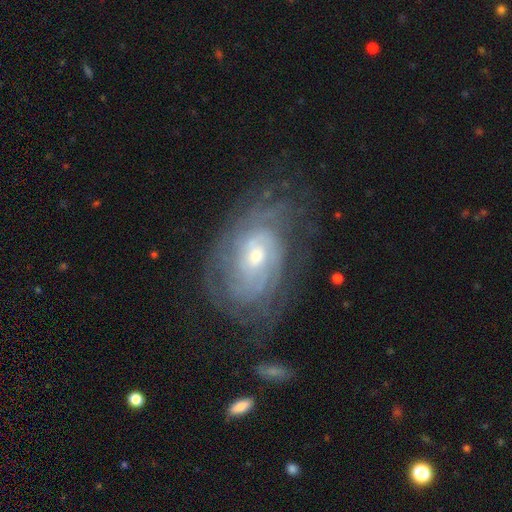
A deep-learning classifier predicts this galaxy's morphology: A featured or disk galaxy (83%) with no bar (59%), tight (73%) spiral arms (92%) and a small central bulge (50%). Merging: none (69%).